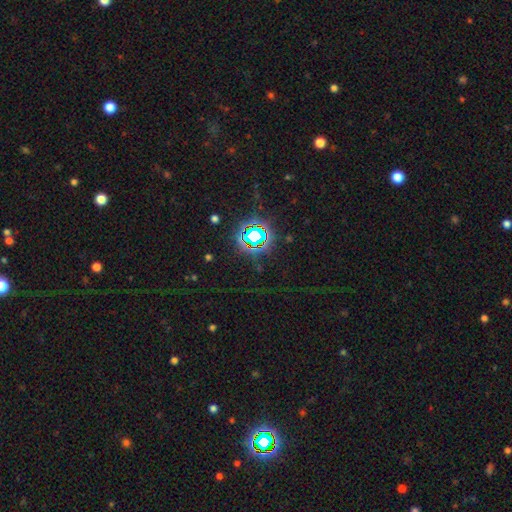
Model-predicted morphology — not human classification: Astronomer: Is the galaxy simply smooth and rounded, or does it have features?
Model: star or artifact — 79%.